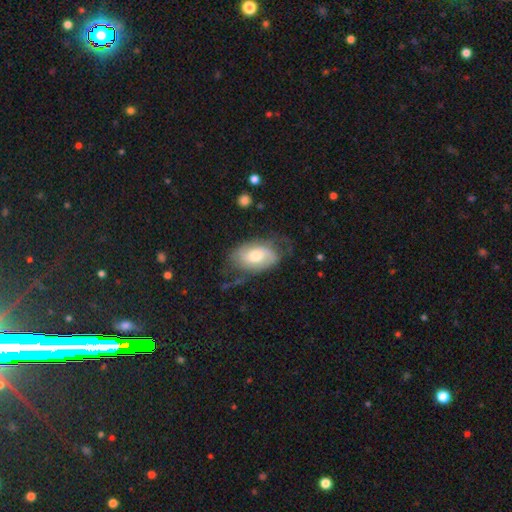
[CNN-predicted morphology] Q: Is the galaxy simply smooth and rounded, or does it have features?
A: featured or disk — 52%.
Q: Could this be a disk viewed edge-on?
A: no — 94%.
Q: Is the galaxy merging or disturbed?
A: none — 54%.